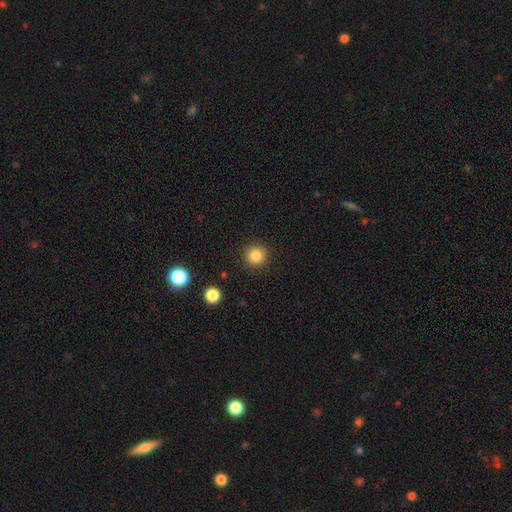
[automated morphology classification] type=smooth (84%); roundness=round (95%); merging=none (92%).